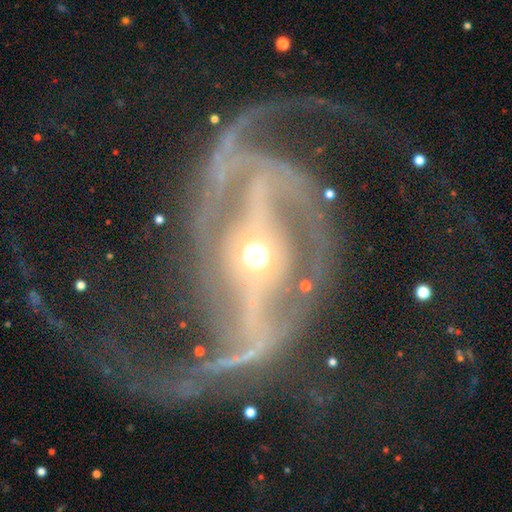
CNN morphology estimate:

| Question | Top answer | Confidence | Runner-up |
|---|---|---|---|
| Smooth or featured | featured or disk | 91% | star or artifact (5%) |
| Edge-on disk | no | 96% | yes (4%) |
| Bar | strong | 64% | weak (20%) |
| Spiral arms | yes | 94% | no (6%) |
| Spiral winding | loose | 44% | medium (40%) |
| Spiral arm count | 2 | 83% | 3 (4%) |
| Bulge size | moderate | 61% | small (32%) |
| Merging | none | 44% | major disturbance (34%) |